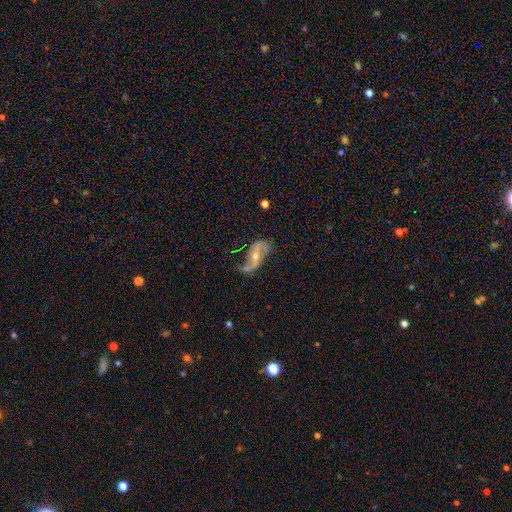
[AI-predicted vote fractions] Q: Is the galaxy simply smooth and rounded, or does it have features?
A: featured or disk — 81%.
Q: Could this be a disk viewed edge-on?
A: no — 95%.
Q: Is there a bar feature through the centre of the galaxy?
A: weak — 40%.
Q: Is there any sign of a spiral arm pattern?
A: yes — 90%.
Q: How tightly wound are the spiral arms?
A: loose — 76%.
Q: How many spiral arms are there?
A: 2 — 82%.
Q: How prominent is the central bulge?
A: moderate — 53%.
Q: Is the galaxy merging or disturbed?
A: none — 50%.